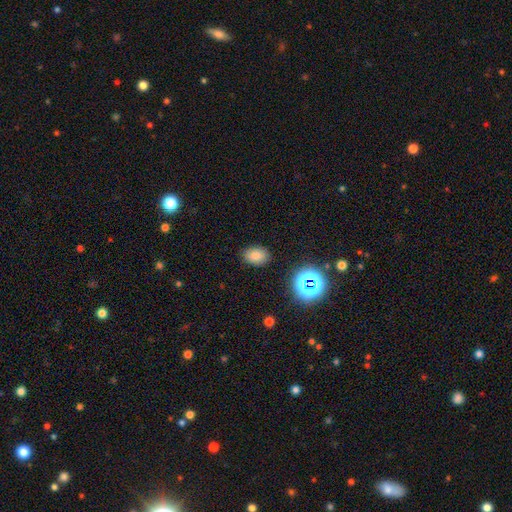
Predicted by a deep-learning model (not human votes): smooth-or-featured: smooth: 78% | star or artifact: 15% | featured or disk: 7%
  how-rounded: in between: 76% | round: 23% | cigar-shaped: 1%
  merging: none: 85% | minor disturbance: 10% | major disturbance: 3% | merger: 2%